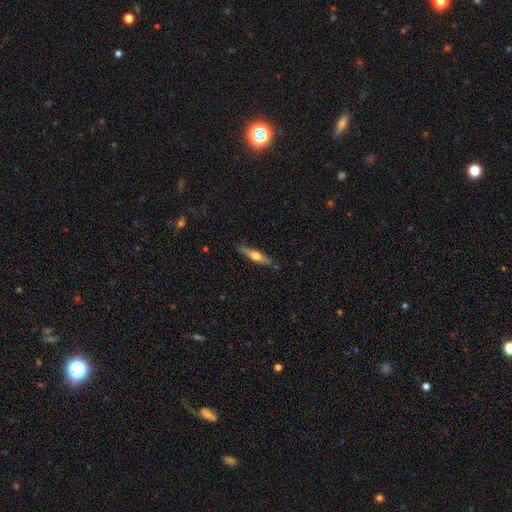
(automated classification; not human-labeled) smooth_or_featured: featured or disk (p=0.55) [alt: smooth p=0.40]
disk_edge_on: yes (p=0.94) [alt: no p=0.06]
edge_on_bulge: rounded (p=0.90) [alt: boxy p=0.05]
merging: none (p=0.84) [alt: minor disturbance p=0.12]